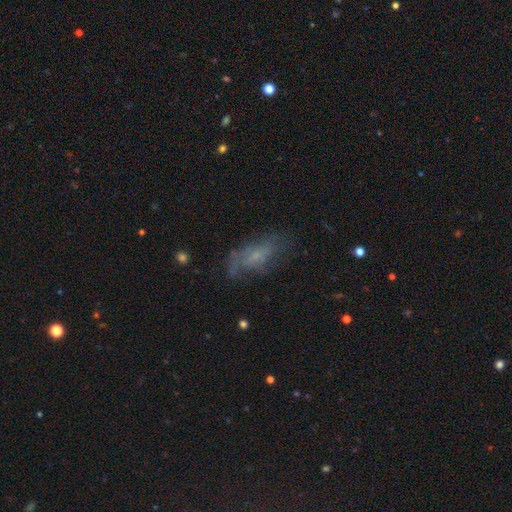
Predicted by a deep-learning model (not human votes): Q: Smooth or featured?
A: smooth (45%); runner-up: featured or disk (43%)
Q: Merging?
A: none (57%); runner-up: minor disturbance (24%)